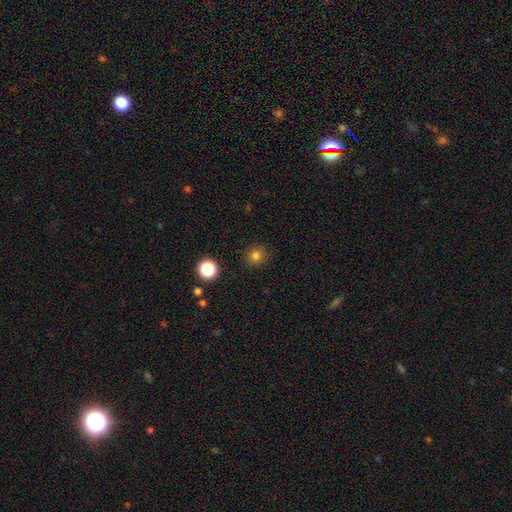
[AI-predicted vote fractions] Smooth or featured? smooth (79%)
How rounded? round (91%)
Merging? none (90%)